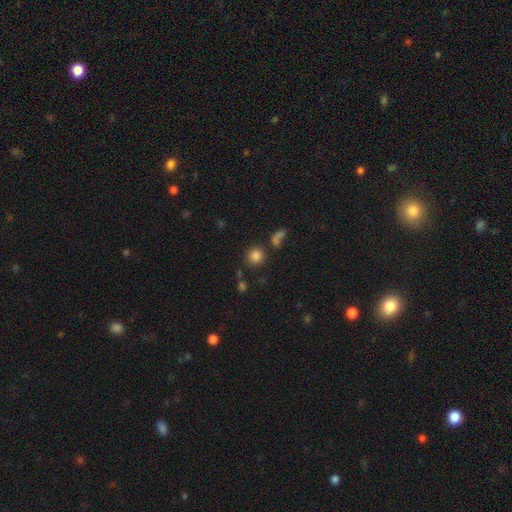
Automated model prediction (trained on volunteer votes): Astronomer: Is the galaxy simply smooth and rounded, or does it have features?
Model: smooth — 82%.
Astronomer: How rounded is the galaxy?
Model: round — 90%.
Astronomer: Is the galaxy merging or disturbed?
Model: none — 78%.